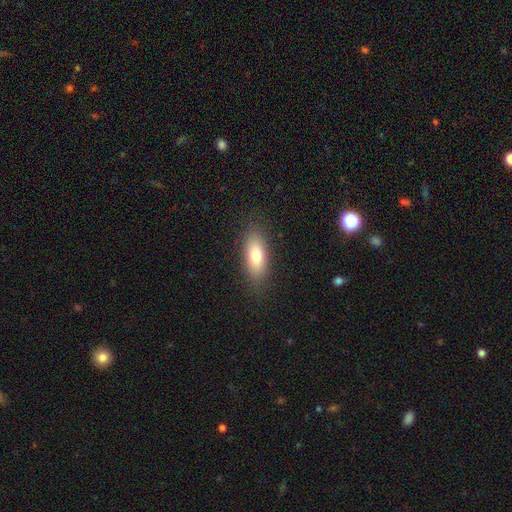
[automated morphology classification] smooth_or_featured: smooth (p=0.76) [alt: featured or disk p=0.16]
how_rounded: in between (p=0.79) [alt: cigar-shaped p=0.17]
merging: none (p=0.85) [alt: minor disturbance p=0.10]